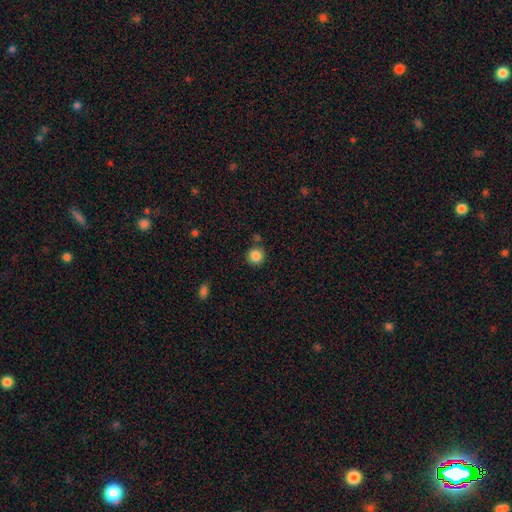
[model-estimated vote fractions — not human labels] Smooth or featured? smooth (86%)
How rounded? round (93%)
Merging? none (82%)